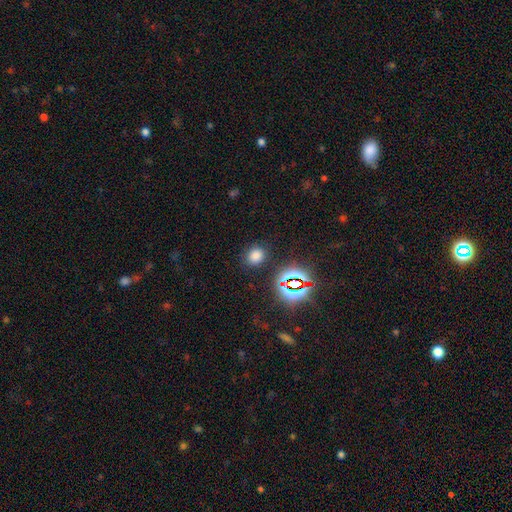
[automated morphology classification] The model was most divided on "how rounded": round: 62%, in between: 37%, cigar-shaped: 1%. More confident: merging — none (84%); smooth or featured — smooth (71%).